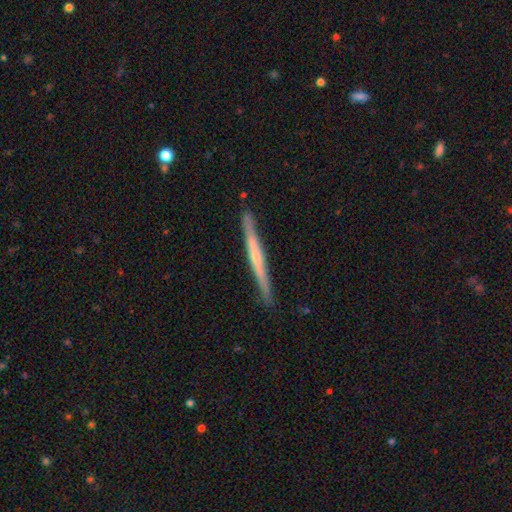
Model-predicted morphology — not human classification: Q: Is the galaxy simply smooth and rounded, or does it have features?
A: featured or disk — 61%.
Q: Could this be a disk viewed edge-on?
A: yes — 97%.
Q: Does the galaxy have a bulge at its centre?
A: none — 54%.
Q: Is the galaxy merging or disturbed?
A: none — 90%.